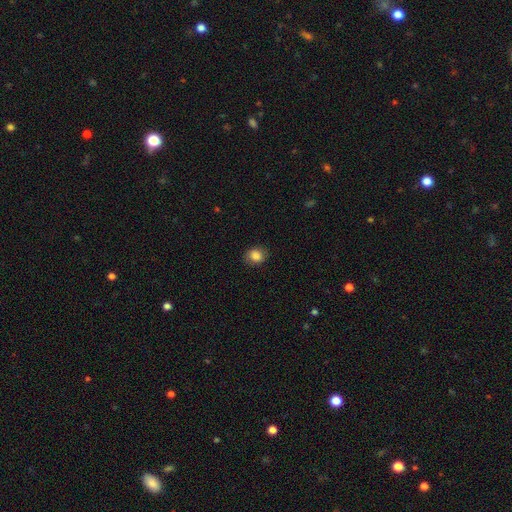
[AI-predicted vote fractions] Overall: smooth (85%). How rounded: round (59%; in between 40%). Merging: none (83%).